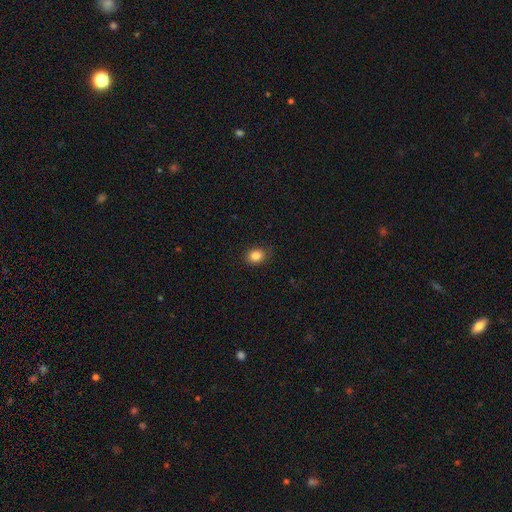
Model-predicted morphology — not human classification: This is clearly a smooth galaxy (85%). How rounded: possibly round (57%). Merging: clearly none (83%).